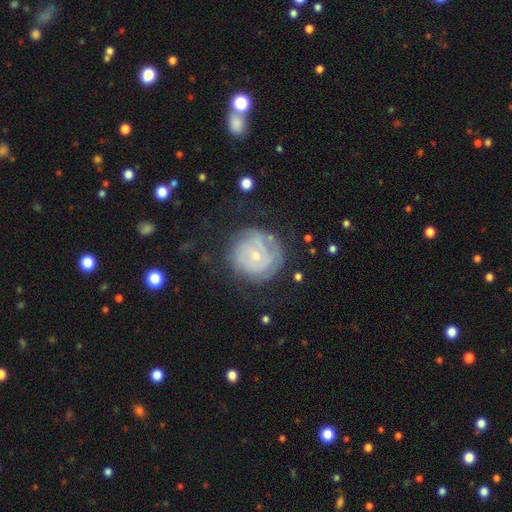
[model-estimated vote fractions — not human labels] Morphology: type=featured or disk (69%); edge-on=no (98%); bar=no (76%); spiral arms=yes (77%); winding=tight (74%); arm count=can't tell (54%); bulge=small (75%); merging=none (67%).